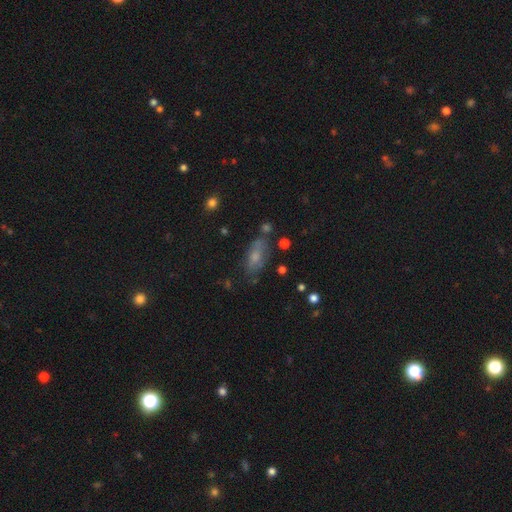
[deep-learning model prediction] The model was most divided on "smooth or featured": smooth: 57%, featured or disk: 29%, star or artifact: 14%. More confident: how rounded — in between (78%); merging — none (63%).